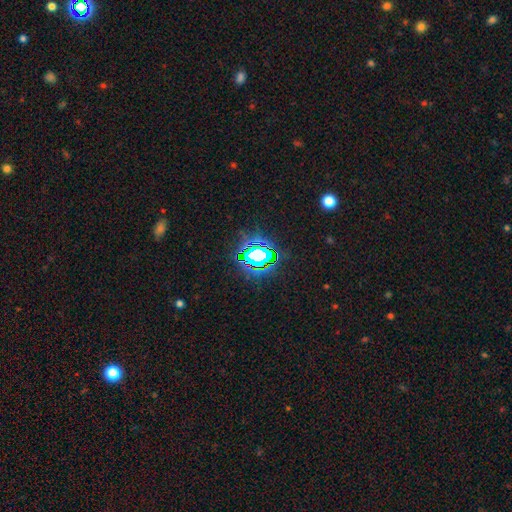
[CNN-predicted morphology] smooth-or-featured: star or artifact: 70% | smooth: 17% | featured or disk: 13%